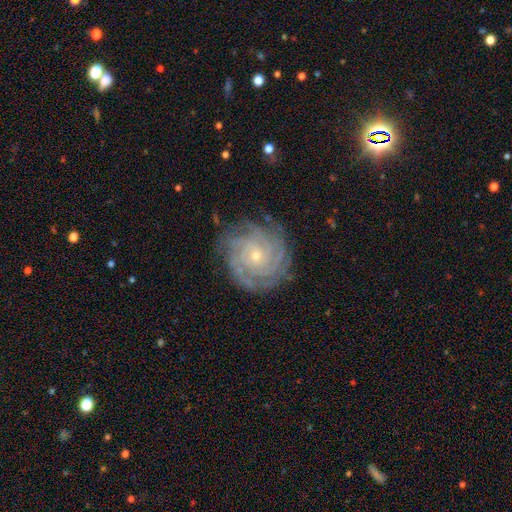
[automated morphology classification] Smooth or featured? Predicted: featured or disk (p=0.85). Edge-on disk? Predicted: no (p=0.97). Bar? Predicted: no (p=0.80). Spiral arms? Predicted: yes (p=0.97). Spiral winding? Predicted: tight (p=0.83). Spiral arm count? Predicted: 4 (p=0.27). Bulge size? Predicted: small (p=0.77). Merging? Predicted: none (p=0.81).